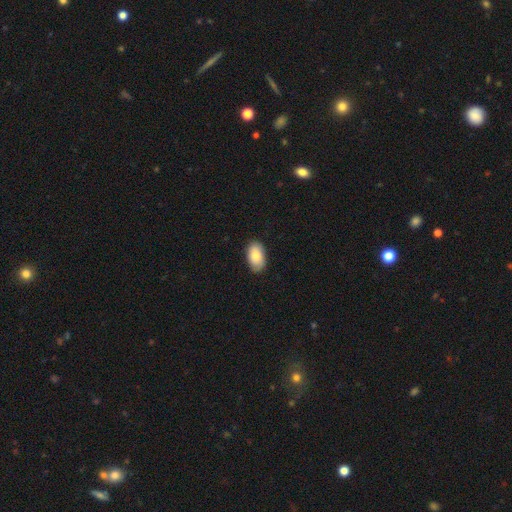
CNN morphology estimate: type=smooth (84%); roundness=in between (94%); merging=none (86%).